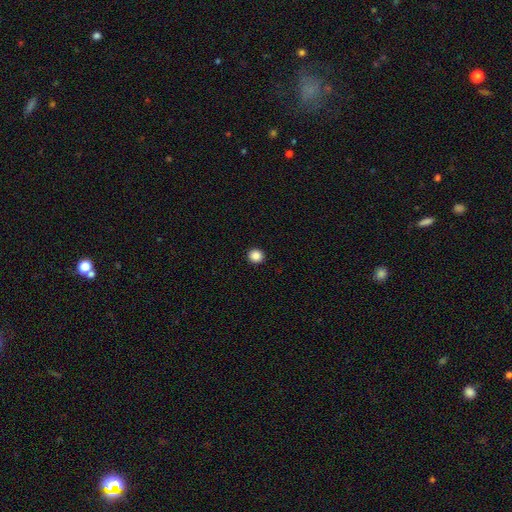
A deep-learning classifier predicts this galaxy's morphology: type=smooth (88%); roundness=round (94%); merging=none (94%).